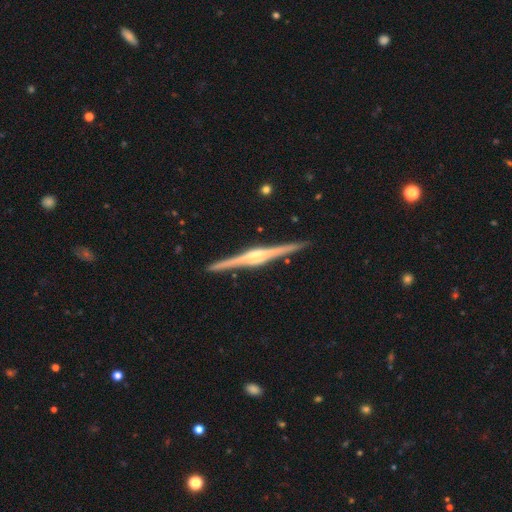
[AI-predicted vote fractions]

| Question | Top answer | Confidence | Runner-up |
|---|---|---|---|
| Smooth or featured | featured or disk | 88% | smooth (7%) |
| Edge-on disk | yes | 99% | no (1%) |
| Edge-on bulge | rounded | 64% | boxy (28%) |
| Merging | none | 92% | minor disturbance (6%) |